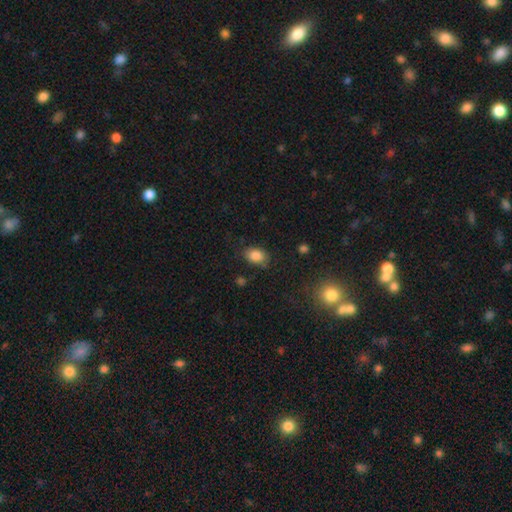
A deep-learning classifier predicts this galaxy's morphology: smooth 85%, star or artifact 9%, featured or disk 6%. Down the decision tree: how rounded — in between (80%); merging — none (75%).